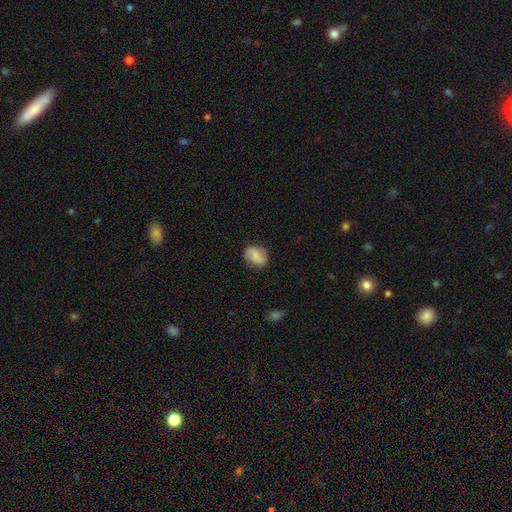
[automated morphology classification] smooth-or-featured: smooth: 60% | featured or disk: 31% | star or artifact: 9%
  how-rounded: round: 50% | in between: 49% | cigar-shaped: 1%
  merging: none: 81% | minor disturbance: 14% | major disturbance: 4% | merger: 1%